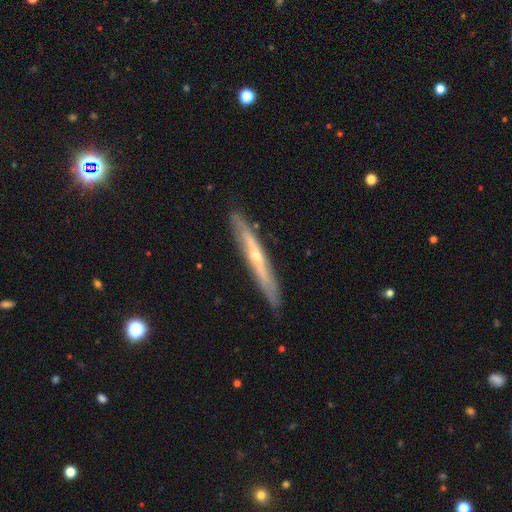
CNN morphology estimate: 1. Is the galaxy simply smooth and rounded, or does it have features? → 71% featured or disk, 24% smooth, 6% star or artifact.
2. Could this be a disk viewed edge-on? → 91% yes, 9% no.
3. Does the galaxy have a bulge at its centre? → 70% rounded, 27% none, 3% boxy.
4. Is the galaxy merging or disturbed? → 88% none, 10% minor disturbance, 2% major disturbance, 1% merger.